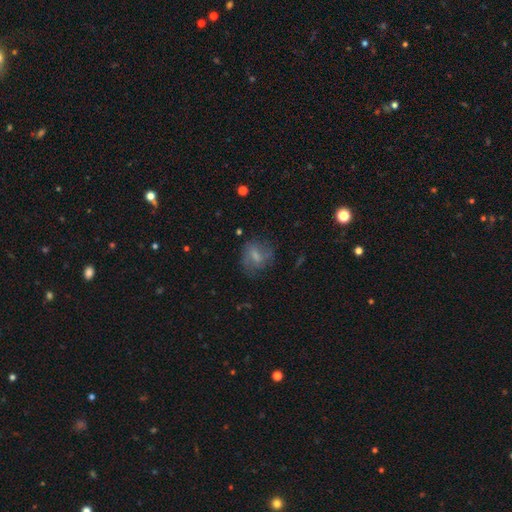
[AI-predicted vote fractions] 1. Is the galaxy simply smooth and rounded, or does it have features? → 54% smooth, 36% featured or disk, 10% star or artifact.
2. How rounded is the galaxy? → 51% round, 46% in between, 3% cigar-shaped.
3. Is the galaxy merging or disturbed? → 60% none, 23% minor disturbance, 15% major disturbance, 2% merger.